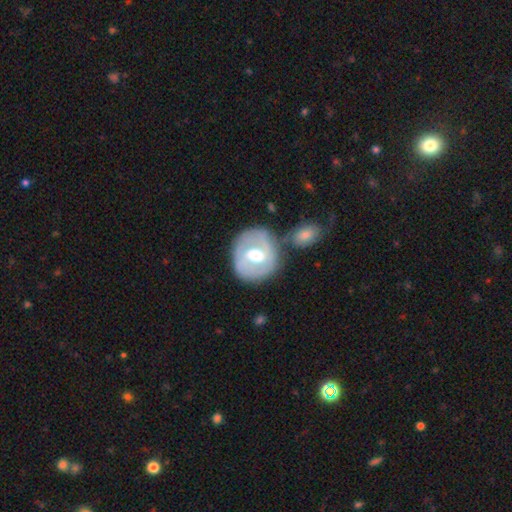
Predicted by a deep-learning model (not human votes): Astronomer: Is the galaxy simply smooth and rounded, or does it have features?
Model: featured or disk — 61%.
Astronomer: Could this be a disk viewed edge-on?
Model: no — 96%.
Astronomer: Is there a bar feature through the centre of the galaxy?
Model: weak — 48% (runner-up: no, 33%).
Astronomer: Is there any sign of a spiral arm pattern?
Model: yes — 51% (runner-up: no, 49%).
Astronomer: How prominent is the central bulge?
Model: moderate — 73%.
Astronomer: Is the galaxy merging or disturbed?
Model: none — 56%.